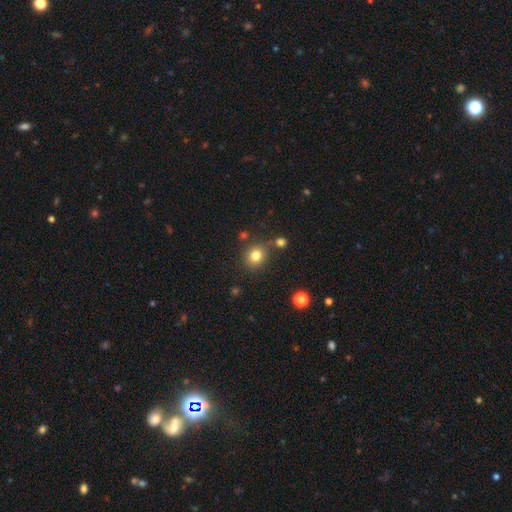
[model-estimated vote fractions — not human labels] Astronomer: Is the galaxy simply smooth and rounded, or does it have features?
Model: smooth — 80%.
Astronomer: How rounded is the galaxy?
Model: round — 80%.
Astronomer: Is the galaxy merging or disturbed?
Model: none — 77%.